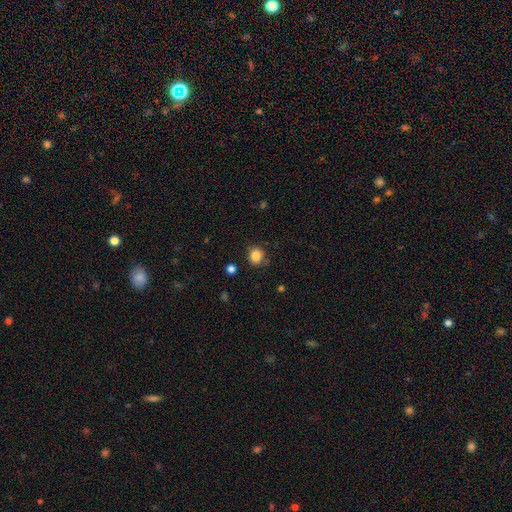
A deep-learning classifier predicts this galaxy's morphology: This appears to be a smooth galaxy with no disk features (85%) that is round (79%). Merging: none (77%).